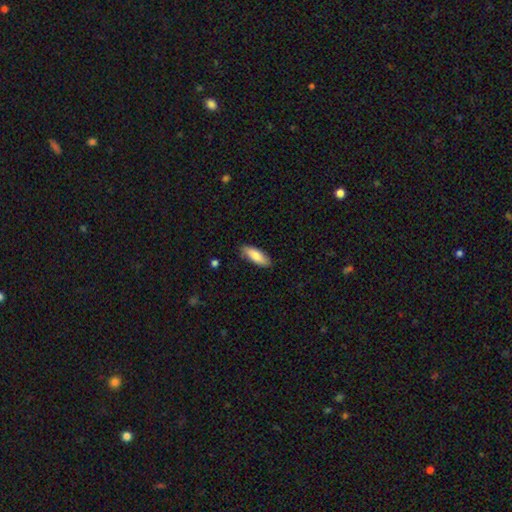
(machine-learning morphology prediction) Smooth or featured?
  - smooth: 83% *
  - featured or disk: 12%
  - star or artifact: 6%
How rounded?
  - in between: 71% *
  - cigar-shaped: 27%
  - round: 2%
Merging?
  - none: 84% *
  - minor disturbance: 13%
  - major disturbance: 2%
  - merger: 1%